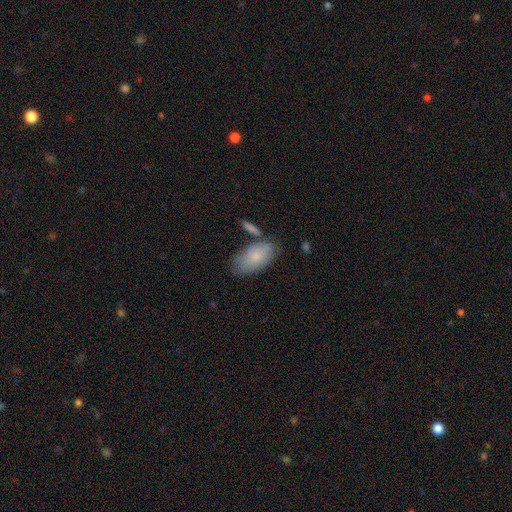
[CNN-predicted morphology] Smooth or featured?
  - smooth: 80% *
  - featured or disk: 14%
  - star or artifact: 6%
How rounded?
  - in between: 93% *
  - round: 4%
  - cigar-shaped: 3%
Merging?
  - none: 58% *
  - minor disturbance: 24%
  - merger: 11%
  - major disturbance: 7%